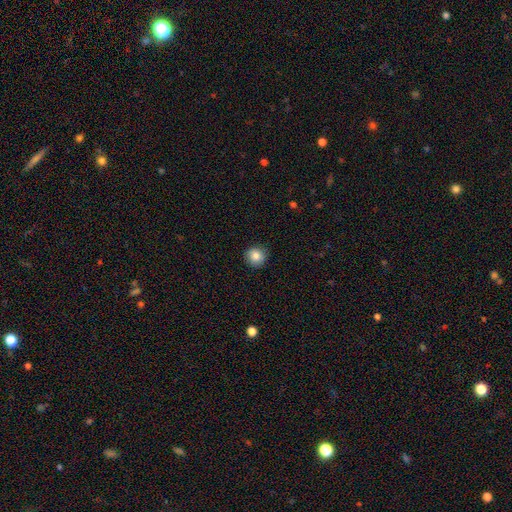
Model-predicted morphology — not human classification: The model was most divided on "smooth or featured": smooth: 84%, star or artifact: 9%, featured or disk: 7%. More confident: how rounded — round (93%); merging — none (89%).